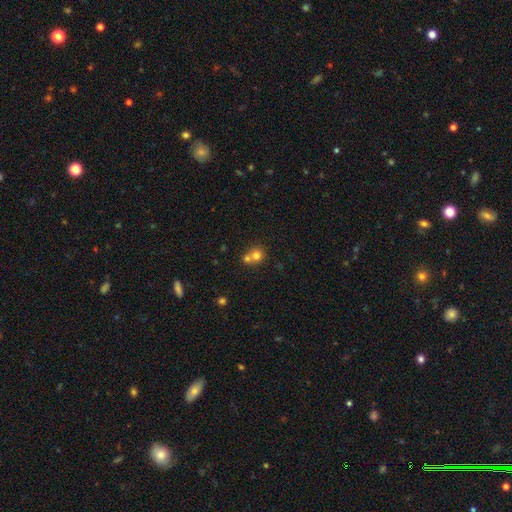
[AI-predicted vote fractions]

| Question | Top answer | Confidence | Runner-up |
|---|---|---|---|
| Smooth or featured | smooth | 74% | star or artifact (13%) |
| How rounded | round | 86% | in between (13%) |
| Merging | merger | 51% | none (42%) |